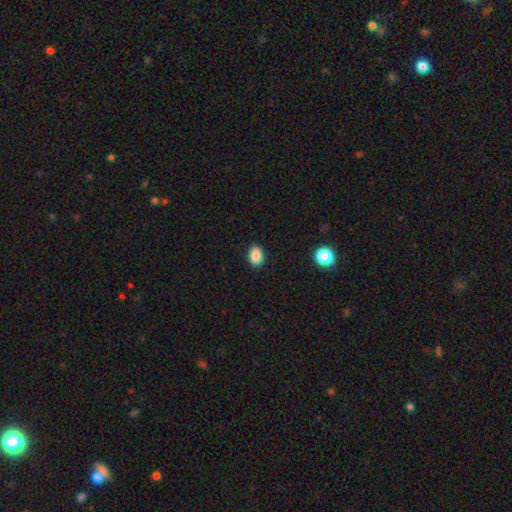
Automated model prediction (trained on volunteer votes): This appears to be a smooth galaxy with no disk features (88%) that is in between round and cigar-shaped (82%). Merging: none (88%).